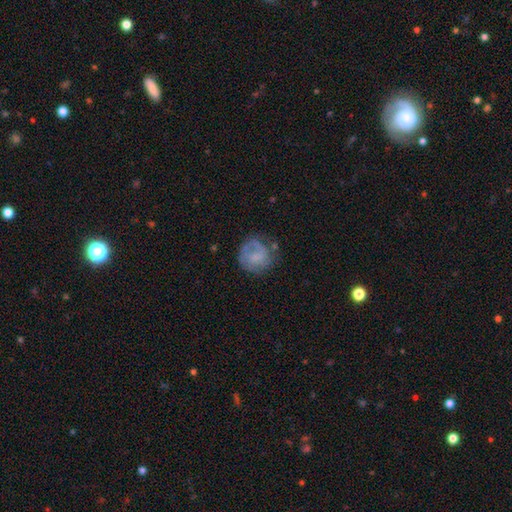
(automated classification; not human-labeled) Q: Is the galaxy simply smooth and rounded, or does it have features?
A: featured or disk — 48%.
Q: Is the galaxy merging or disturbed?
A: none — 57%.